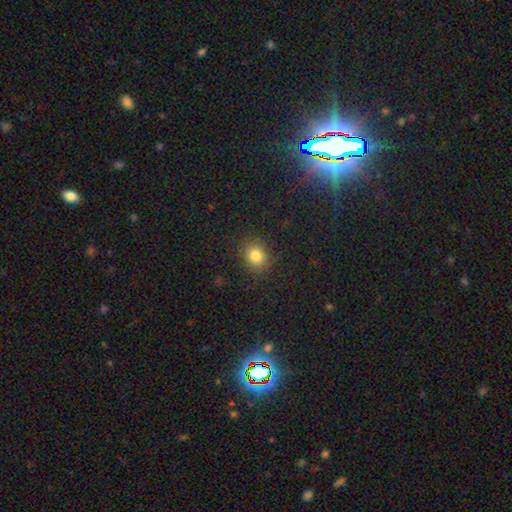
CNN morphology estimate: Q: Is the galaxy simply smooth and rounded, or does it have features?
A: smooth — 81%.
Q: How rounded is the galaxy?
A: round — 68%.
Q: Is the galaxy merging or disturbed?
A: none — 88%.